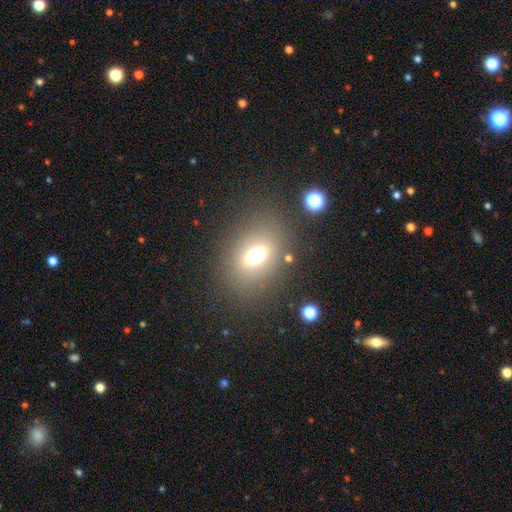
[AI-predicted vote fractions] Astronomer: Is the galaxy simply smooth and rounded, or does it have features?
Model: smooth — 64%.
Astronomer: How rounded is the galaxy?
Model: in between — 60% (runner-up: round, 38%).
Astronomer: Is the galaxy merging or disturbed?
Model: none — 78%.